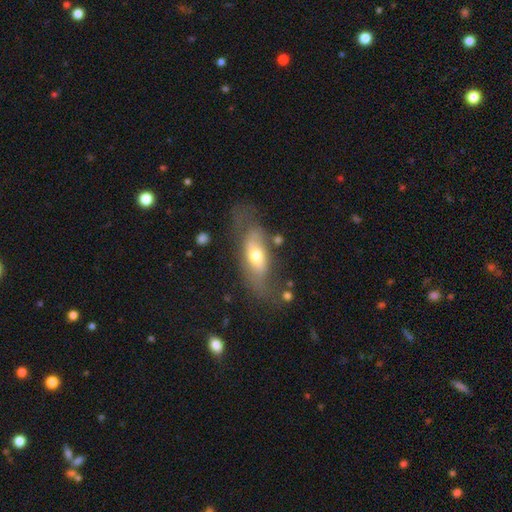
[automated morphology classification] Smooth or featured? featured or disk (46%, tied with smooth)
Merging? none (53%)